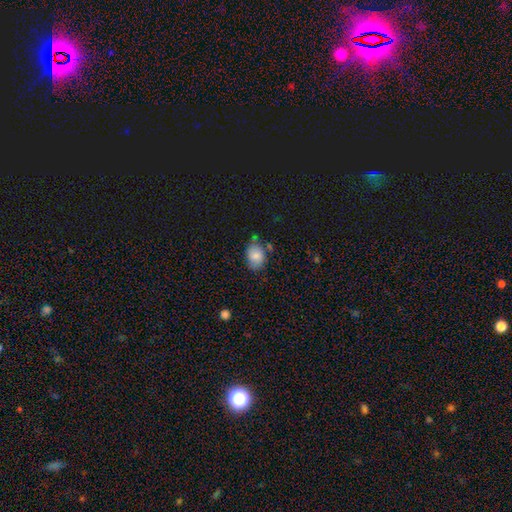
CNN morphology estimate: smooth 82%, featured or disk 11%, star or artifact 8%. Down the decision tree: how rounded — in between (69%); merging — none (65%).